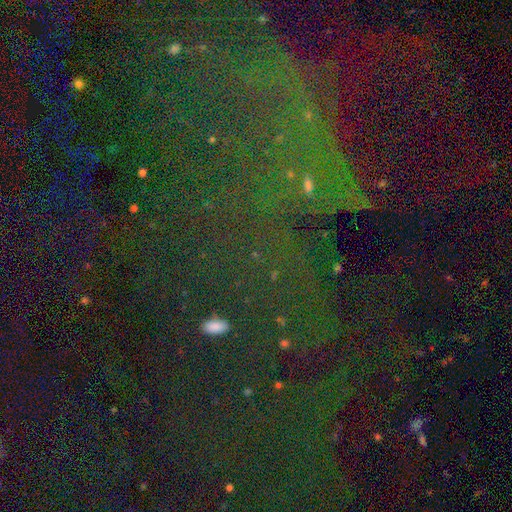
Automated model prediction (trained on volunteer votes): smooth-or-featured: star or artifact: 82% | smooth: 9% | featured or disk: 8%